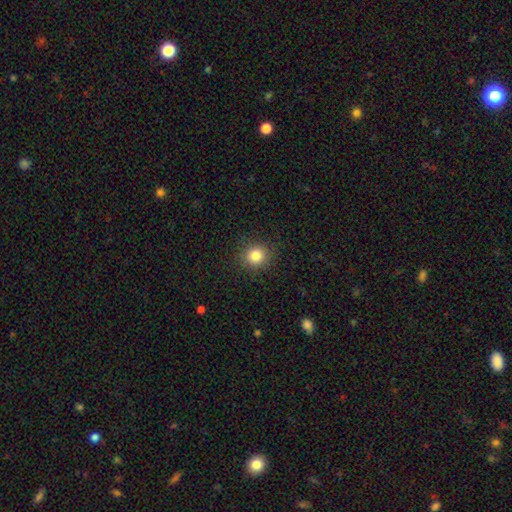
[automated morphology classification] A smooth galaxy with no disk features (83%) that is round (87%). Merging: none (89%).